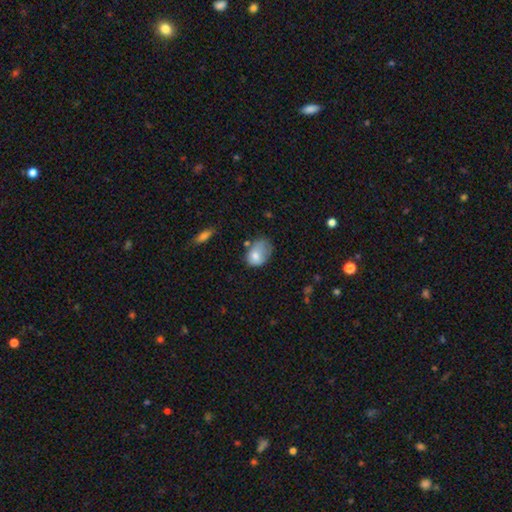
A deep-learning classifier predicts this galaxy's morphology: This appears to be a smooth galaxy with no disk features (73%) that is in between round and cigar-shaped (71%). Merging: minor disturbance (39%).